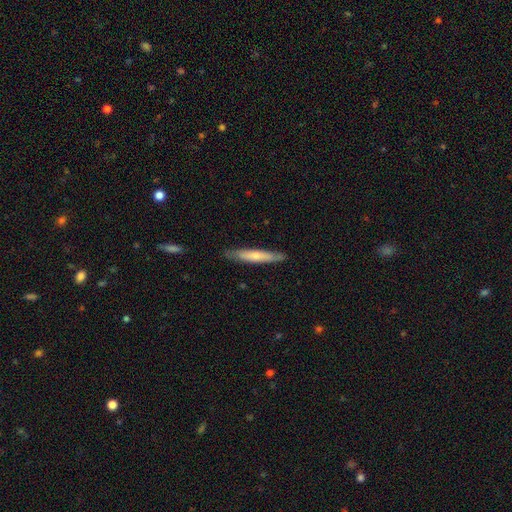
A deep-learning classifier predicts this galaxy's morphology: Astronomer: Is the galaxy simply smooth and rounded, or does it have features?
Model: smooth — 60%.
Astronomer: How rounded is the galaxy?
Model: cigar-shaped — 92%.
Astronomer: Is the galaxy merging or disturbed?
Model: none — 85%.